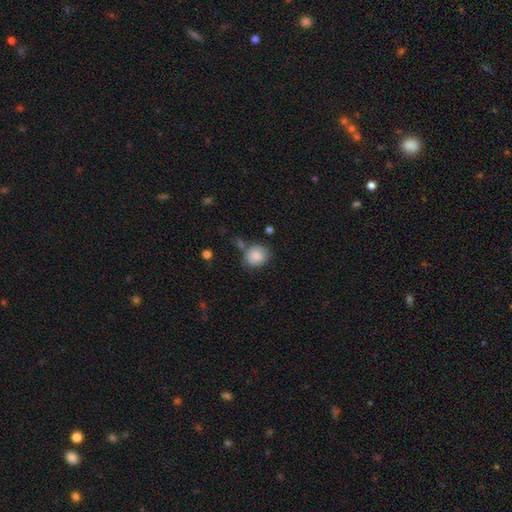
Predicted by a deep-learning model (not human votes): smooth-or-featured: smooth: 81% | featured or disk: 12% | star or artifact: 8%
  how-rounded: round: 67% | in between: 32% | cigar-shaped: 1%
  merging: none: 59% | minor disturbance: 22% | merger: 11% | major disturbance: 7%